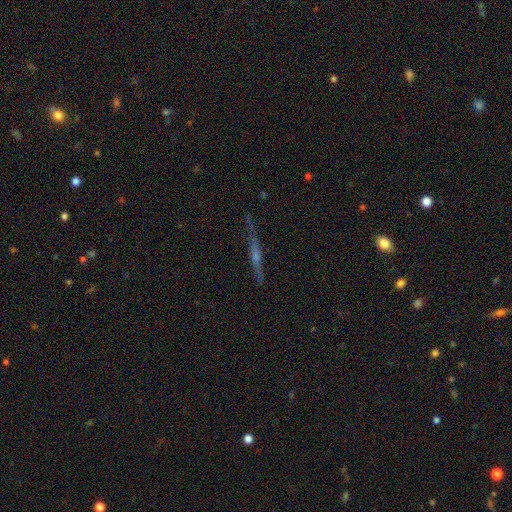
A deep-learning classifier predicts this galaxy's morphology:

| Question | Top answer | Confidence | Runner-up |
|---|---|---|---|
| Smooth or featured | featured or disk | 72% | smooth (18%) |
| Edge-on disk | yes | 96% | no (4%) |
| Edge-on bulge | rounded | 62% | none (28%) |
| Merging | none | 82% | minor disturbance (13%) |